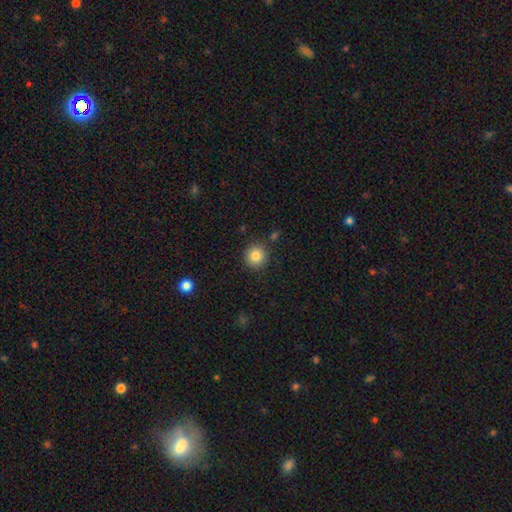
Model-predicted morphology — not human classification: Smooth or featured: smooth — 84% (star or artifact — 10%)
How rounded: round — 92% (in between — 7%)
Merging: none — 88% (minor disturbance — 7%)